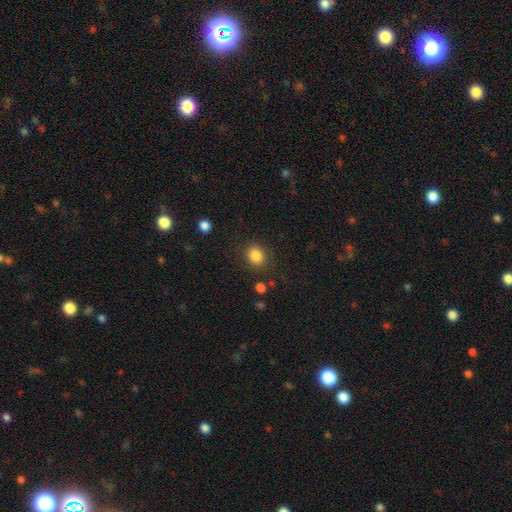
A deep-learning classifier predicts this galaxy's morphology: Overall: smooth (85%). How rounded: round (75%). Merging: none (85%).